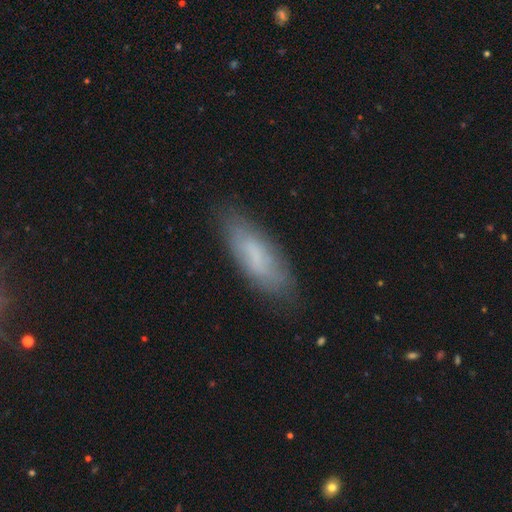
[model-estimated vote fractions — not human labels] Q: Smooth or featured?
A: smooth (63%); runner-up: featured or disk (29%)
Q: How rounded?
A: in between (54%); runner-up: cigar-shaped (45%)
Q: Merging?
A: none (76%); runner-up: minor disturbance (18%)